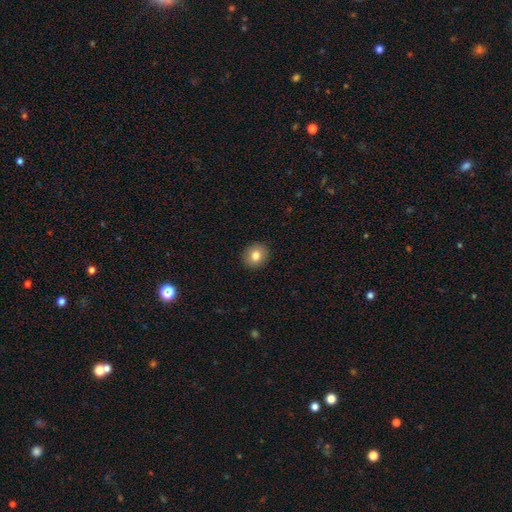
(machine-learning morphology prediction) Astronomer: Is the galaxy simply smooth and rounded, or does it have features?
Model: smooth — 81%.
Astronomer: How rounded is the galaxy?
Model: round — 81%.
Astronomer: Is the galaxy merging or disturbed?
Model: none — 91%.